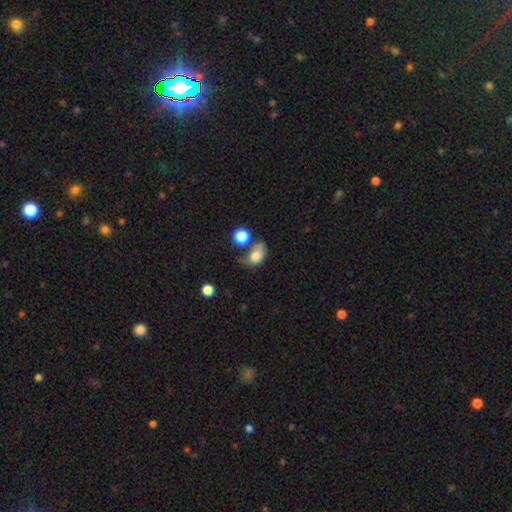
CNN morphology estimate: smooth_or_featured: smooth (p=0.75) [alt: featured or disk p=0.15]
how_rounded: in between (p=0.64) [alt: round p=0.34]
merging: merger (p=0.30) [alt: none p=0.26]